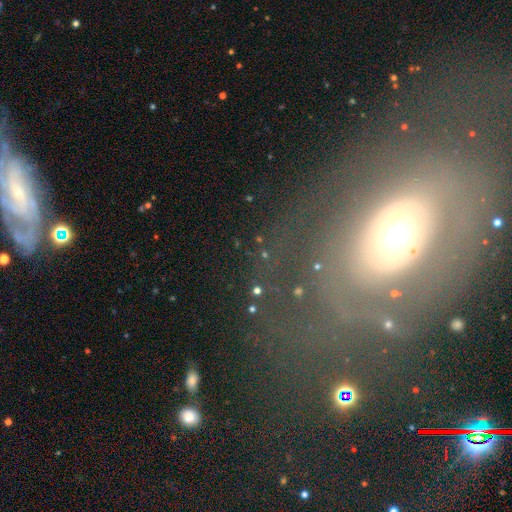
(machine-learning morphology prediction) Smooth or featured? featured or disk (55%)
Edge-on disk? no (90%)
Merging? none (68%)